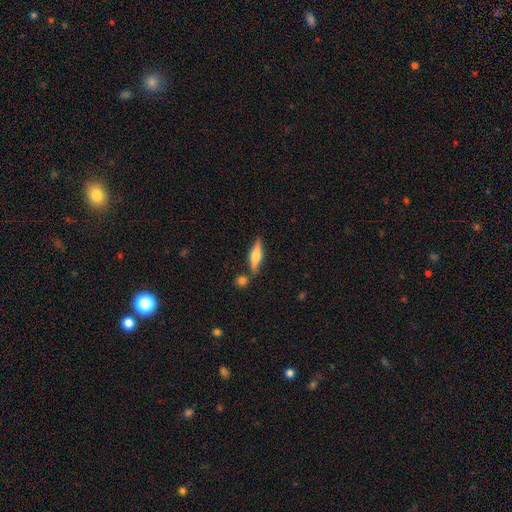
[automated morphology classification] smooth-or-featured: featured or disk: 50% | smooth: 43% | star or artifact: 7%
  disk-edge-on: yes: 93% | no: 7%
  merging: none: 74% | minor disturbance: 12% | merger: 11% | major disturbance: 3%